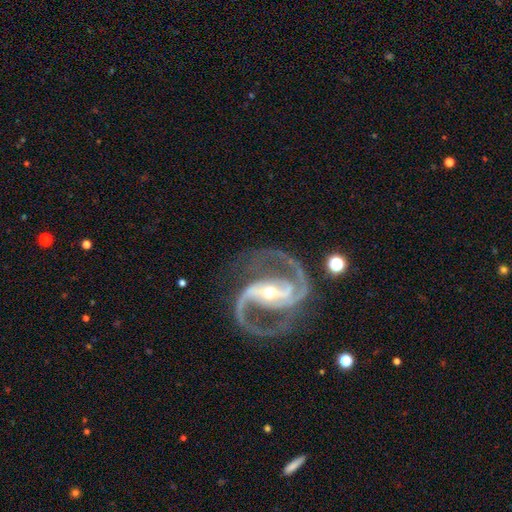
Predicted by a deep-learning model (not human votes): A featured or disk galaxy (94%) with a strong bar (63%), 2 (93%) medium (66%) spiral arms (99%) and a small central bulge (55%). Merging: none (77%).